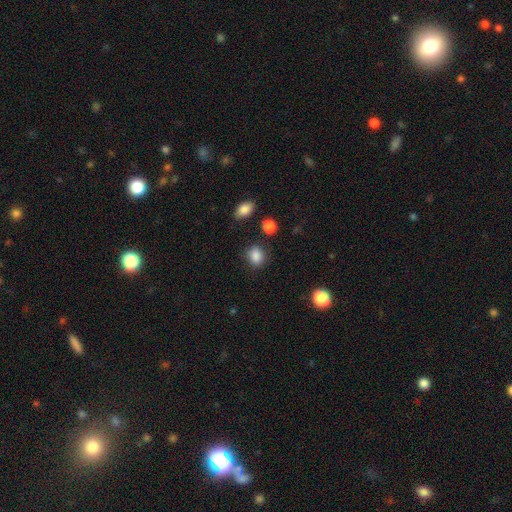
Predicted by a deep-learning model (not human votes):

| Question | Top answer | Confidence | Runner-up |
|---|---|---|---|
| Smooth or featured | smooth | 86% | star or artifact (10%) |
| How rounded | round | 56% | in between (43%) |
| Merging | none | 82% | minor disturbance (12%) |